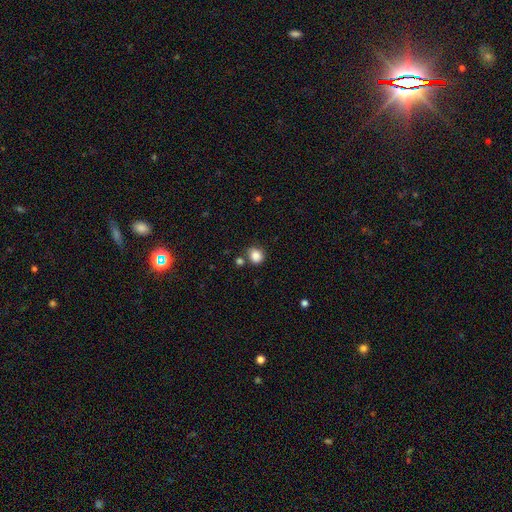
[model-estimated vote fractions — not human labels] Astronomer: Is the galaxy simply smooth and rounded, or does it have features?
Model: smooth — 86%.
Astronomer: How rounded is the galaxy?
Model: round — 79%.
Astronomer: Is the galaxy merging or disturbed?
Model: none — 72%.